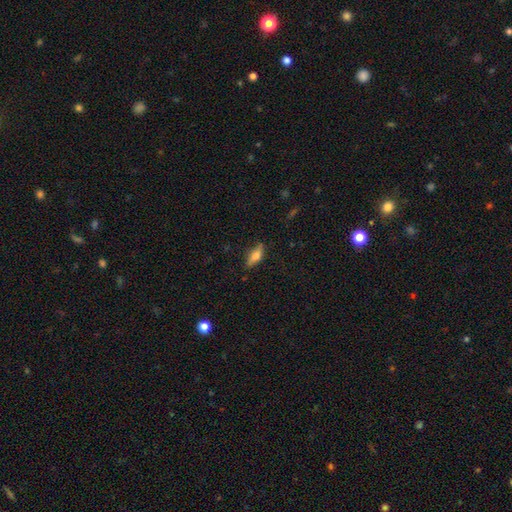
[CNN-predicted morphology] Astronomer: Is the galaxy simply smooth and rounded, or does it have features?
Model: smooth — 58% (runner-up: featured or disk, 34%).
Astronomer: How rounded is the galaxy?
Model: in between — 61%.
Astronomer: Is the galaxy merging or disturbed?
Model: none — 78%.